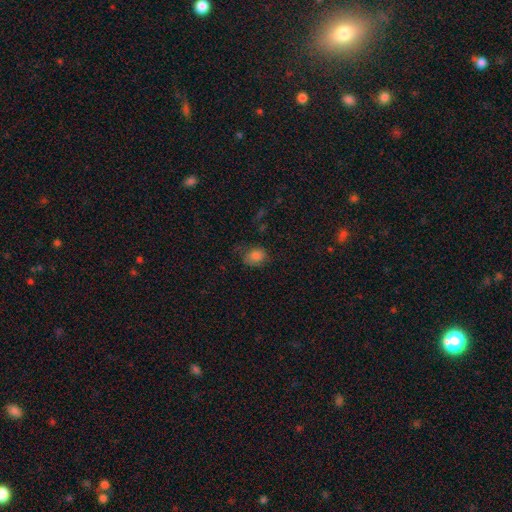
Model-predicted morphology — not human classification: smooth-or-featured: smooth: 80% | star or artifact: 11% | featured or disk: 9%
  how-rounded: in between: 60% | round: 39% | cigar-shaped: 1%
  merging: none: 61% | minor disturbance: 26% | major disturbance: 11% | merger: 2%